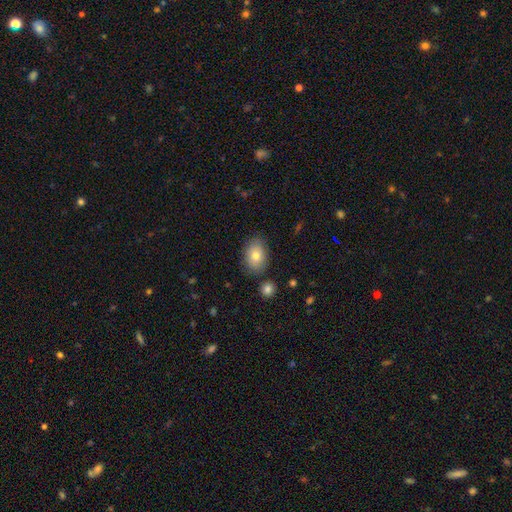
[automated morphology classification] Smooth or featured: smooth — 79% (featured or disk — 13%)
How rounded: in between — 78% (round — 20%)
Merging: none — 81% (minor disturbance — 12%)